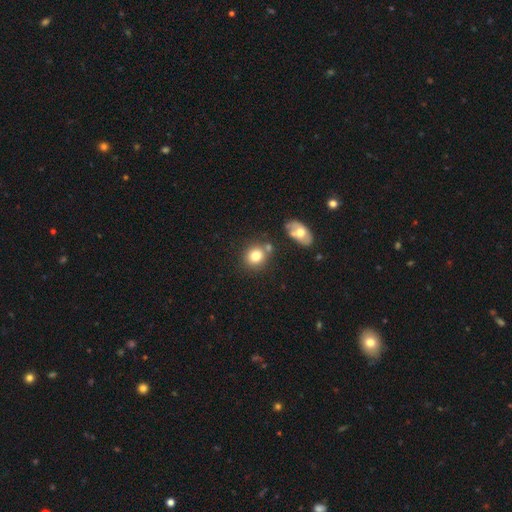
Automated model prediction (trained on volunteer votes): This appears to be a smooth galaxy with no disk features (77%) that is round (72%). Merging: none (66%).